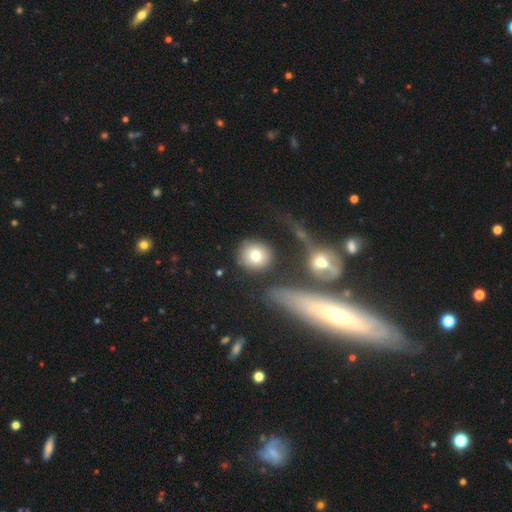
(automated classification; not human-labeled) This appears to be a smooth galaxy with no disk features (75%) that is round (88%). Merging: none (72%).